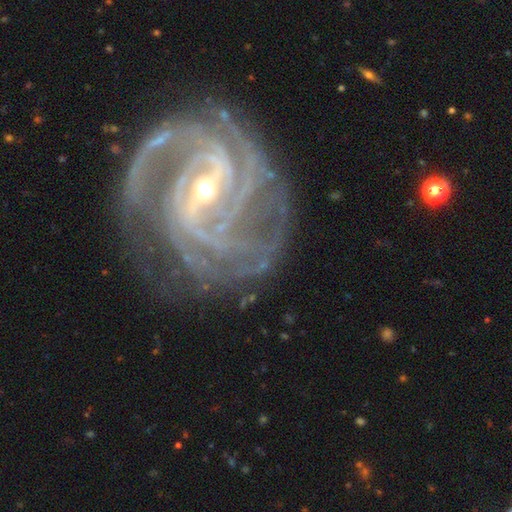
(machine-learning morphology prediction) A featured or disk galaxy (92%) with a strong bar (46%), 4 (24%, tied with 3) tight (63%) spiral arms (98%) and a small central bulge (62%). Merging: none (70%).